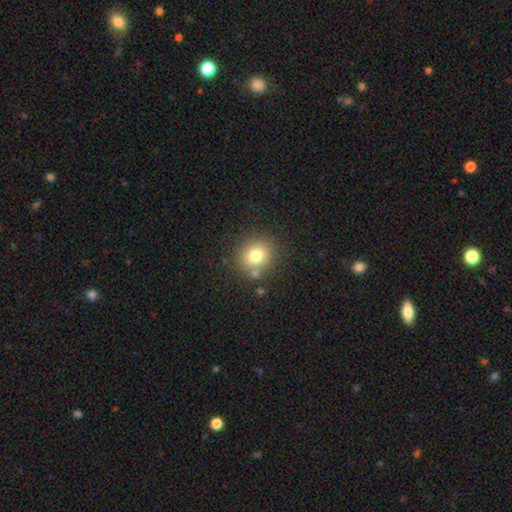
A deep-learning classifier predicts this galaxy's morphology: smooth-or-featured: smooth: 76% | star or artifact: 13% | featured or disk: 11%
  how-rounded: round: 82% | in between: 17% | cigar-shaped: 1%
  merging: none: 79% | minor disturbance: 10% | merger: 8% | major disturbance: 4%